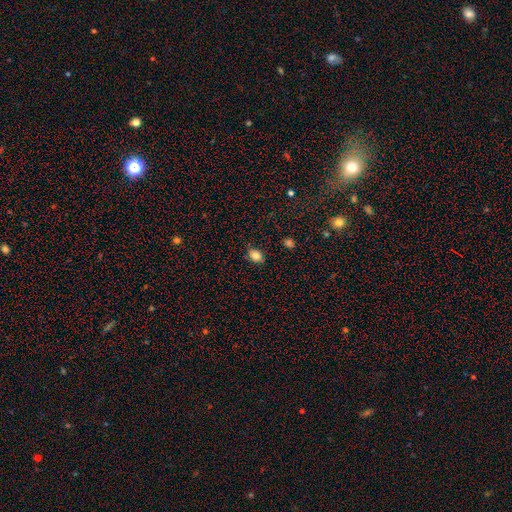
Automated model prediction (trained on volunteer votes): The model was most divided on "how rounded": in between: 66%, round: 33%, cigar-shaped: 1%. More confident: smooth or featured — smooth (81%); merging — none (81%).